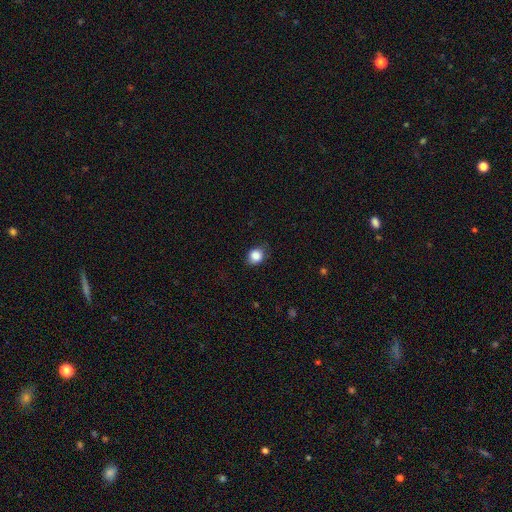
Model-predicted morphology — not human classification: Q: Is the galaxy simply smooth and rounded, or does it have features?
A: smooth — 86%.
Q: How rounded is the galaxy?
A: round — 65%.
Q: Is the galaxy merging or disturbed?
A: none — 77%.